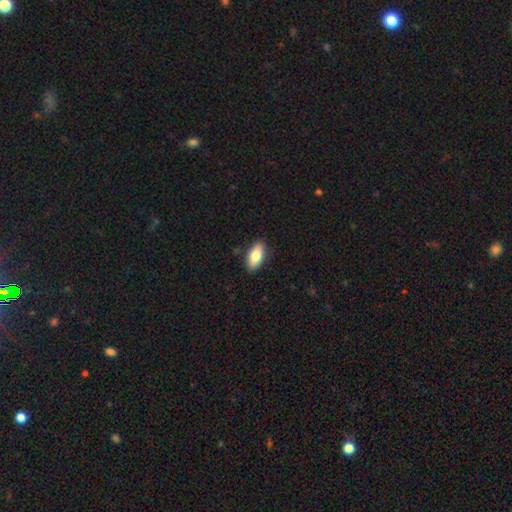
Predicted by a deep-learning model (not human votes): The model was most divided on "smooth or featured": smooth: 82%, featured or disk: 12%, star or artifact: 6%. More confident: how rounded — in between (89%); merging — none (87%).